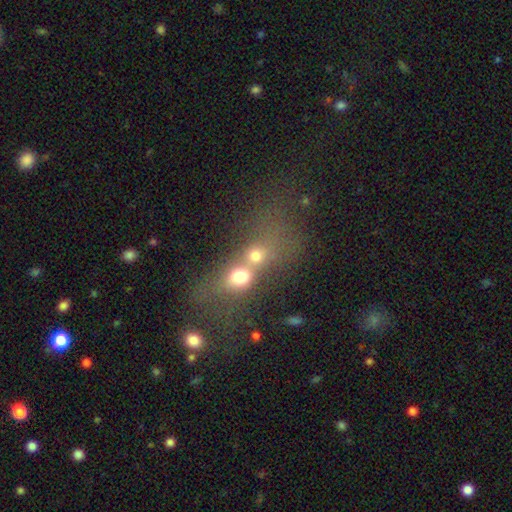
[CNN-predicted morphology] smooth 64%, featured or disk 19%, star or artifact 17%. Down the decision tree: how rounded — round (57%); merging — merger (73%).